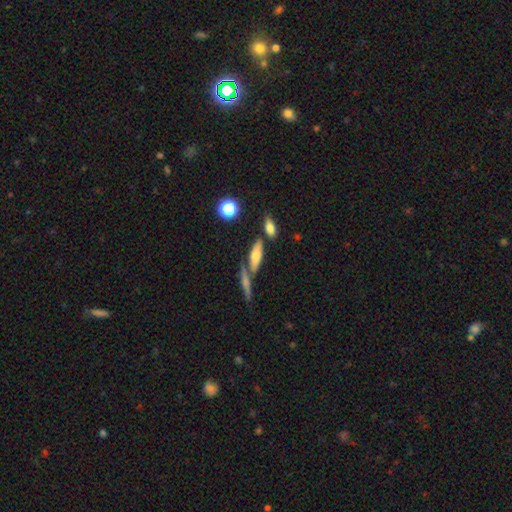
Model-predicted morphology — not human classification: A smooth galaxy with no disk features (59%) that is in between round and cigar-shaped (60%).

Vote fractions:
- Smooth or featured? smooth: 59% / featured or disk: 31% / star or artifact: 10%
- How rounded? in between: 60% / cigar-shaped: 36% / round: 4%
- Merging? none: 58% / merger: 24% / minor disturbance: 13% / major disturbance: 4%